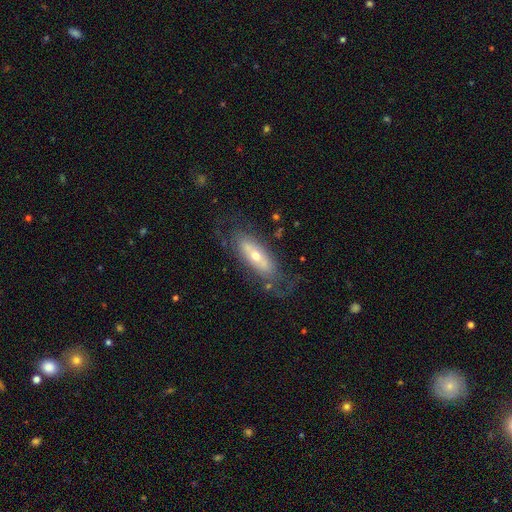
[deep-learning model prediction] featured or disk 61%, smooth 32%, star or artifact 7%. Down the decision tree: edge-on disk — no (74%); merging — none (65%).